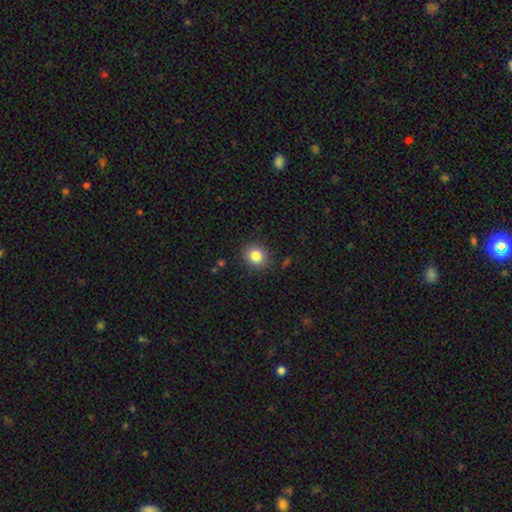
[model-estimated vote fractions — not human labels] smooth_or_featured: smooth (p=0.83) [alt: star or artifact p=0.10]
how_rounded: round (p=0.79) [alt: in between p=0.20]
merging: none (p=0.87) [alt: minor disturbance p=0.09]